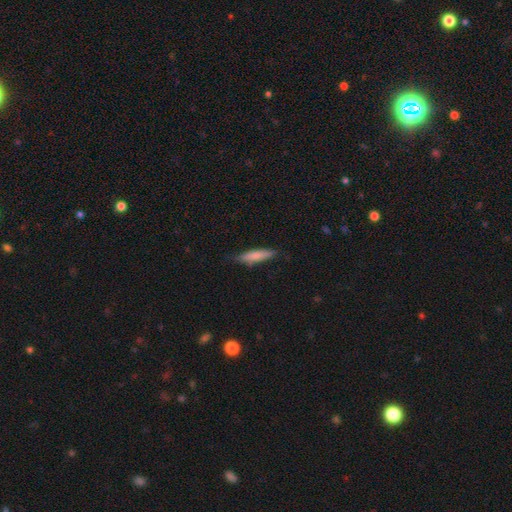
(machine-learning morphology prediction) type=smooth (79%); roundness=cigar-shaped (79%); merging=none (80%).